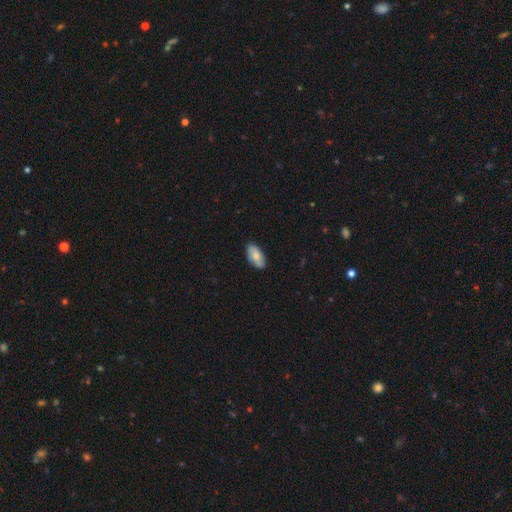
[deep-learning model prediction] A smooth galaxy with no disk features (73%) that is in between round and cigar-shaped (93%). Merging: none (85%).